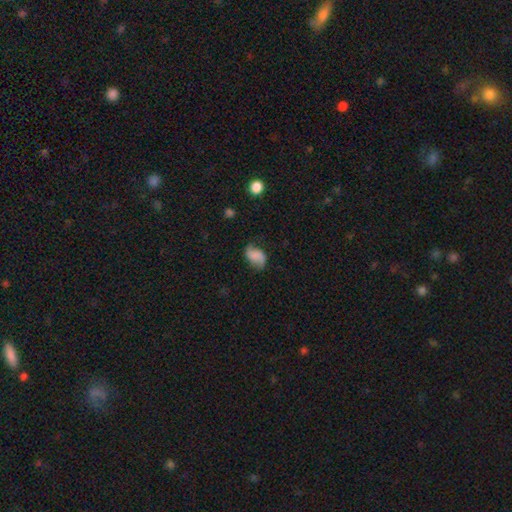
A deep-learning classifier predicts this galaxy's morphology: smooth_or_featured: smooth (p=0.57) [alt: featured or disk p=0.33]
how_rounded: in between (p=0.86) [alt: round p=0.13]
merging: none (p=0.65) [alt: minor disturbance p=0.25]